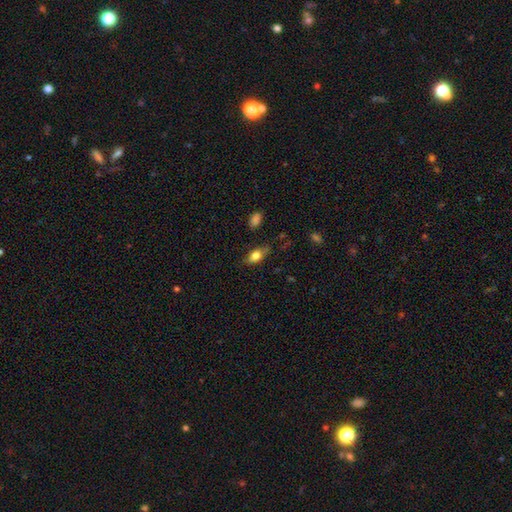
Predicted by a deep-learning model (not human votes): This appears to be a smooth galaxy with no disk features (73%) that is in between round and cigar-shaped (82%). Merging: none (73%).